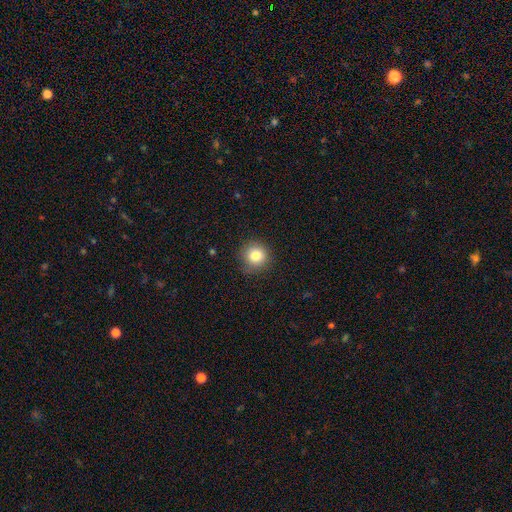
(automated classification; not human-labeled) Morphology: type=smooth (83%); roundness=round (92%); merging=none (84%).